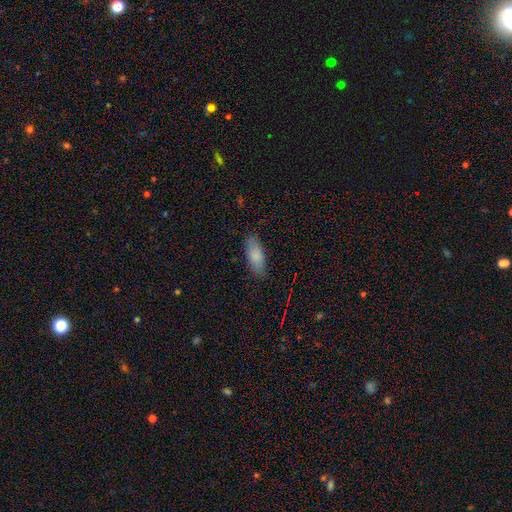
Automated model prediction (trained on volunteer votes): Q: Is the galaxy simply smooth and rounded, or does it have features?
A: smooth — 85%.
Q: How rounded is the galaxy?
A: in between — 78%.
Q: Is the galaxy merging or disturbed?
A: none — 84%.